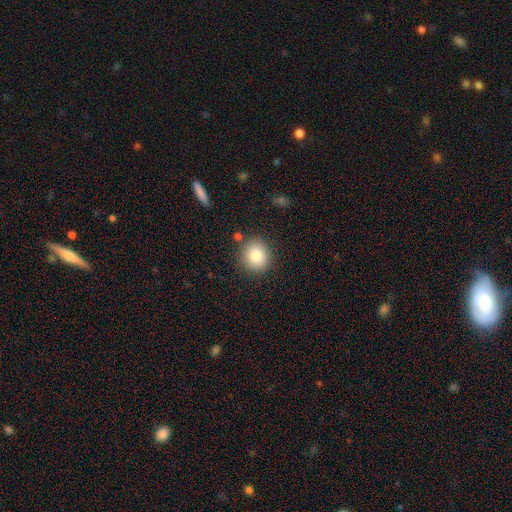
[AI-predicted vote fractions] smooth_or_featured: smooth (p=0.82) [alt: star or artifact p=0.10]
how_rounded: round (p=0.85) [alt: in between p=0.14]
merging: none (p=0.85) [alt: minor disturbance p=0.09]